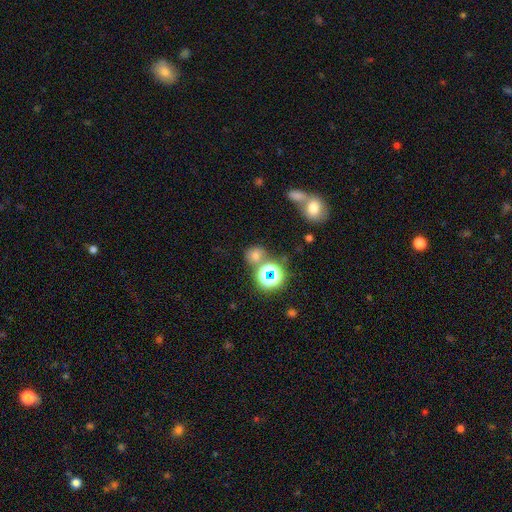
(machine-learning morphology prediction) Smooth or featured?
  - smooth: 60% *
  - star or artifact: 31%
  - featured or disk: 9%
How rounded?
  - round: 76% *
  - in between: 23%
  - cigar-shaped: 1%
Merging?
  - none: 65% *
  - merger: 20%
  - minor disturbance: 10%
  - major disturbance: 5%